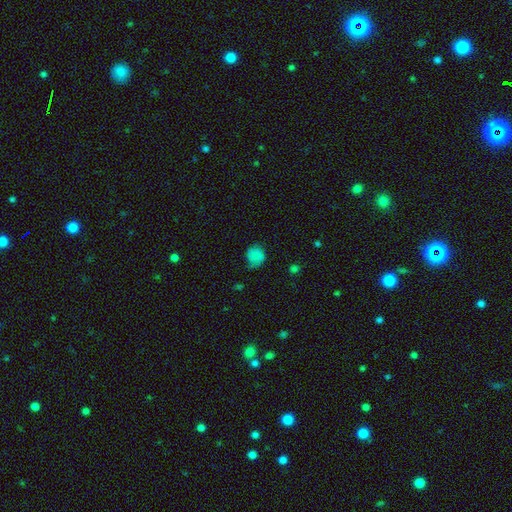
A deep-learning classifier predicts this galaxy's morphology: smooth_or_featured: smooth (p=0.78) [alt: star or artifact p=0.12]
how_rounded: round (p=0.69) [alt: in between p=0.30]
merging: none (p=0.49) [alt: minor disturbance p=0.36]